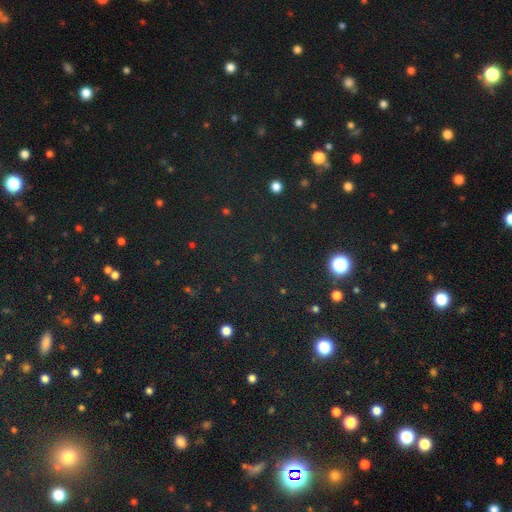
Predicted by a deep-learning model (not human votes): This appears to be a star or artifact, not a galaxy (73%).